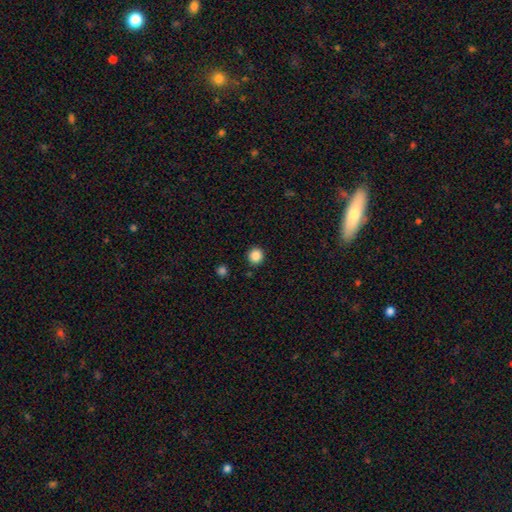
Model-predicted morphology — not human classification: smooth_or_featured: smooth (p=0.87) [alt: star or artifact p=0.11]
how_rounded: round (p=0.92) [alt: in between p=0.07]
merging: none (p=0.91) [alt: minor disturbance p=0.05]